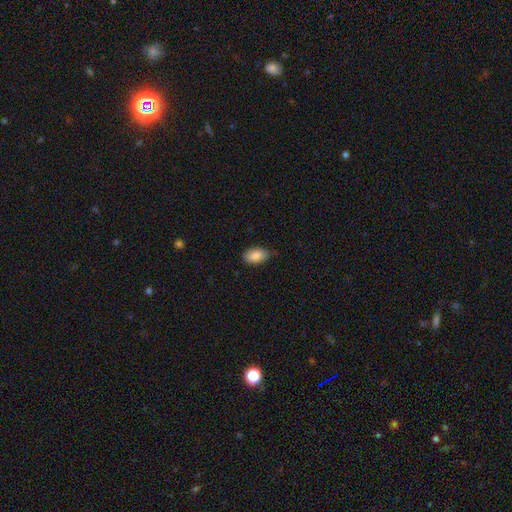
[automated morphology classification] smooth_or_featured: smooth (p=0.87) [alt: star or artifact p=0.07]
how_rounded: in between (p=0.94) [alt: round p=0.05]
merging: none (p=0.78) [alt: minor disturbance p=0.18]